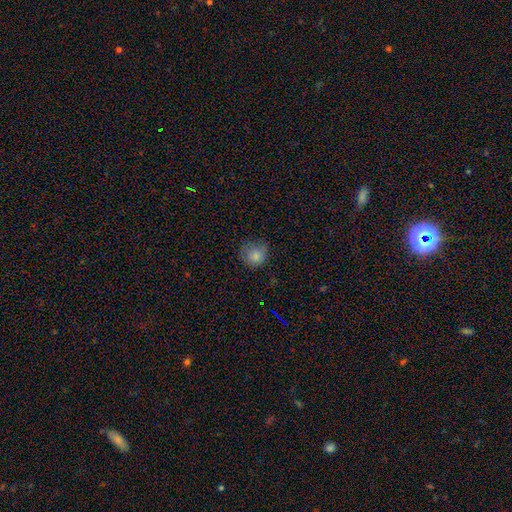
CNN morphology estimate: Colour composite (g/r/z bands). It shows a smooth galaxy with no disk features (81%) that is round (83%). Merging: none (61%).